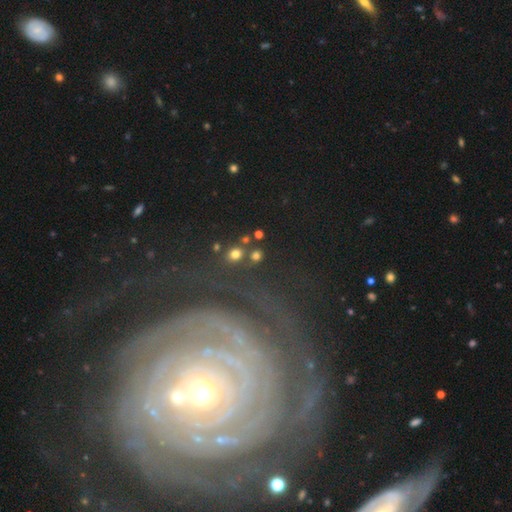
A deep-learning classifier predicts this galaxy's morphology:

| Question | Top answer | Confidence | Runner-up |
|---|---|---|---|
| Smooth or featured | smooth | 60% | star or artifact (23%) |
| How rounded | round | 80% | in between (18%) |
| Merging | none | 78% | minor disturbance (9%) |